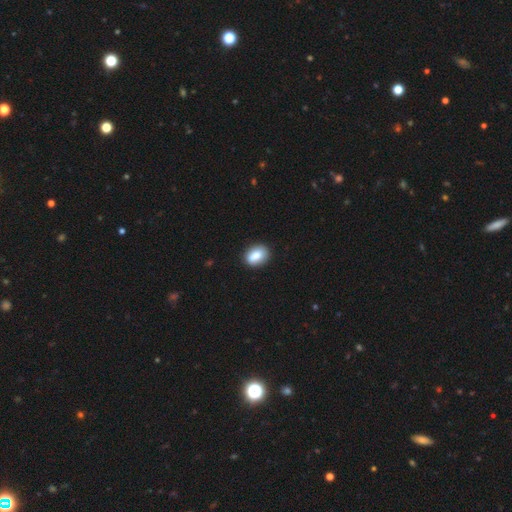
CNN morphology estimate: A smooth galaxy with no disk features (83%) that is in between round and cigar-shaped (75%). Merging: none (87%).